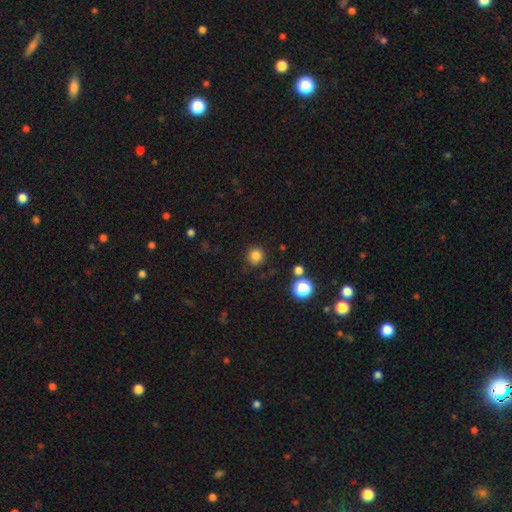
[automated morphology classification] smooth_or_featured: smooth (p=0.82) [alt: star or artifact p=0.14]
how_rounded: round (p=0.93) [alt: in between p=0.06]
merging: none (p=0.88) [alt: minor disturbance p=0.08]